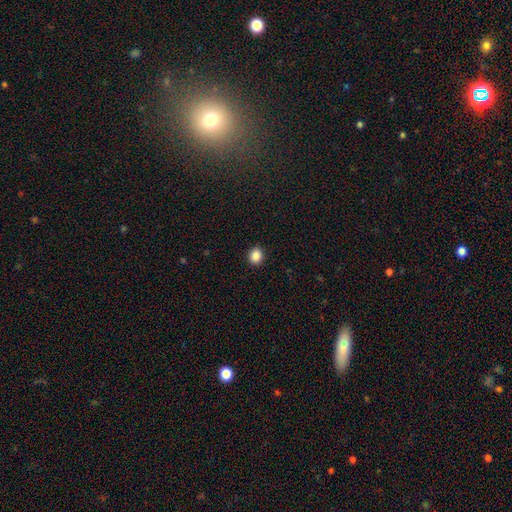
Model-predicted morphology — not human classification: type=smooth (88%); roundness=round (58%); merging=none (91%).